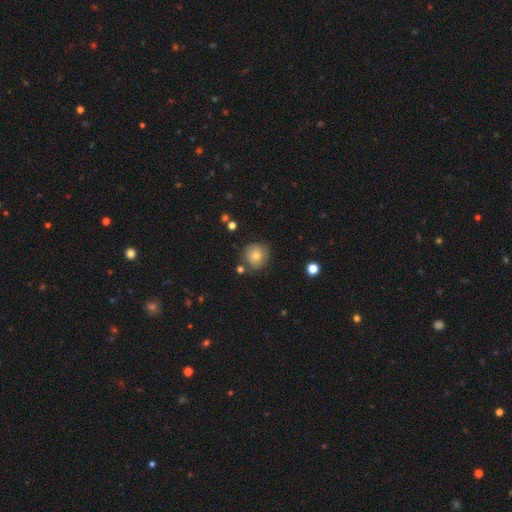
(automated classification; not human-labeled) Morphology: type=smooth (76%); roundness=round (93%); merging=none (82%).